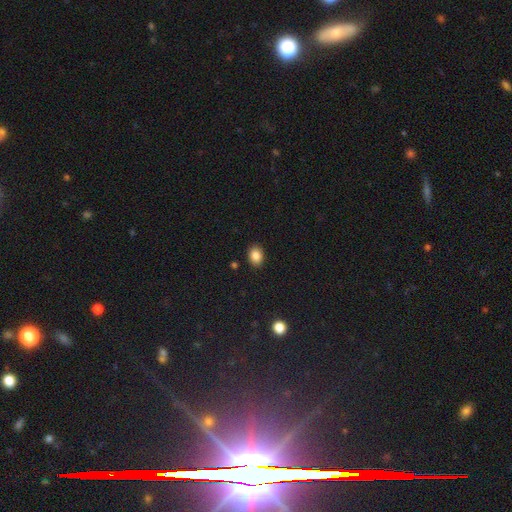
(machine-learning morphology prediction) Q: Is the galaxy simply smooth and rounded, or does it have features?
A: smooth — 86%.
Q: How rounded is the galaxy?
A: in between — 64%.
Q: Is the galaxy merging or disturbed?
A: none — 89%.